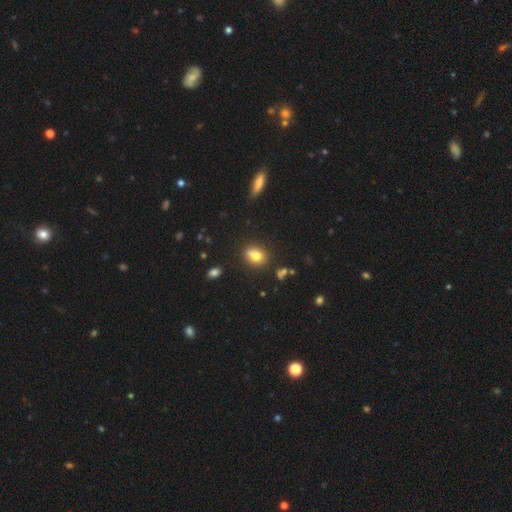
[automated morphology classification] This appears to be a smooth galaxy with no disk features (74%) that is round (52%). Merging: none (56%).